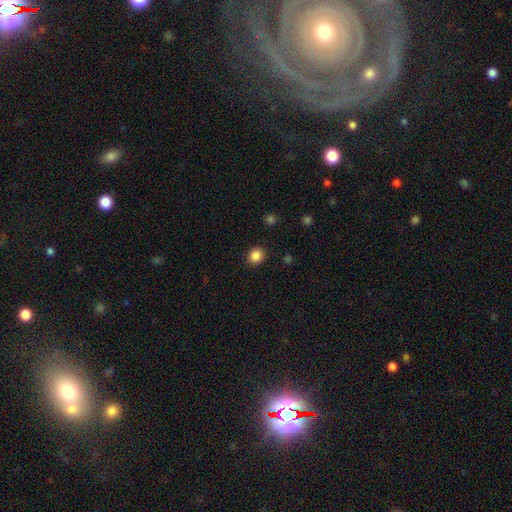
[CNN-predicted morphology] This appears to be a smooth galaxy with no disk features (86%) that is round (74%). Merging: none (90%).